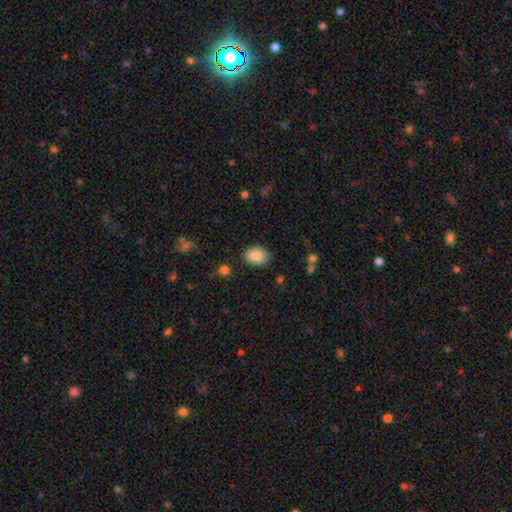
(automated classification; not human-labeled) This appears to be a smooth galaxy with no disk features (87%) that is in between round and cigar-shaped (73%). Merging: none (82%).